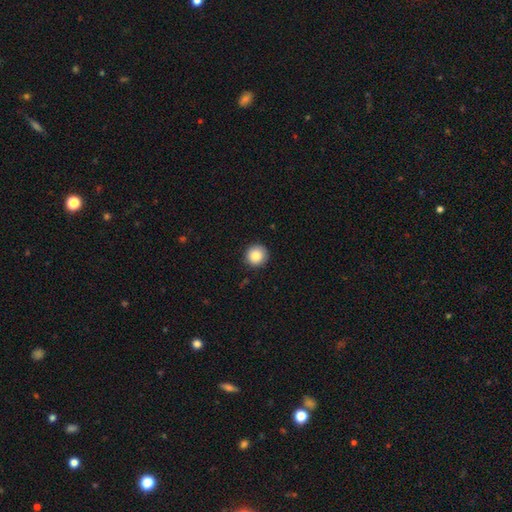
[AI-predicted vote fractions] Smooth or featured? smooth (86%)
How rounded? round (95%)
Merging? none (91%)